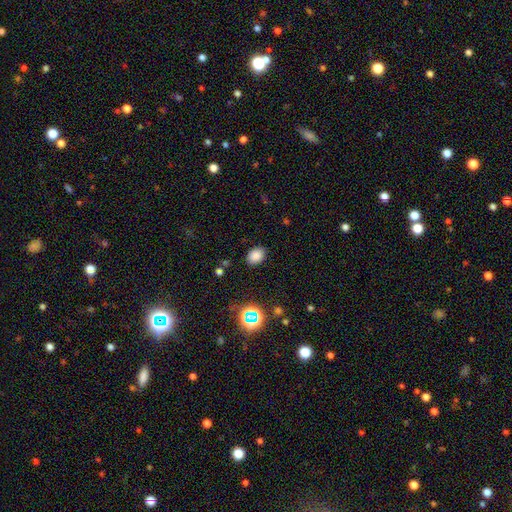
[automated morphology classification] This is clearly a smooth galaxy (81%). How rounded: likely in between (69%). Merging: clearly none (86%).